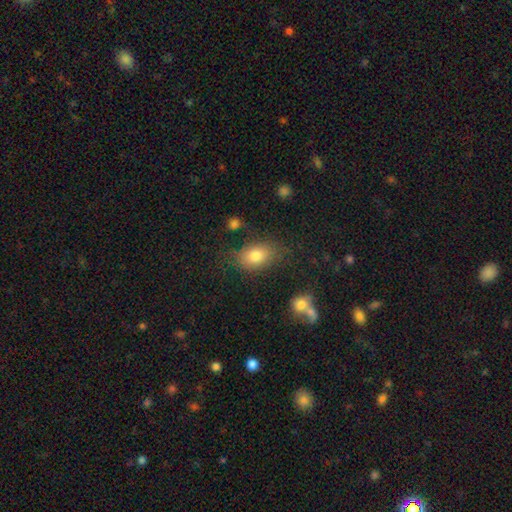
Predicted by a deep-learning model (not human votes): Smooth or featured? Predicted: smooth (p=0.80). How rounded? Predicted: in between (p=0.82). Merging? Predicted: none (p=0.70).